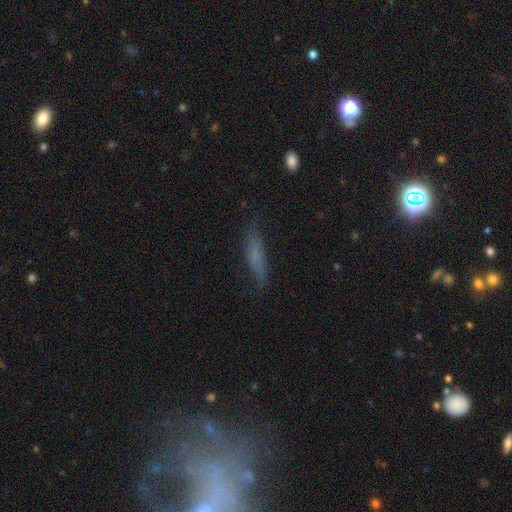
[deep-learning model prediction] smooth_or_featured: smooth (p=0.65) [alt: featured or disk p=0.24]
how_rounded: cigar-shaped (p=0.79) [alt: in between p=0.19]
merging: none (p=0.75) [alt: minor disturbance p=0.18]